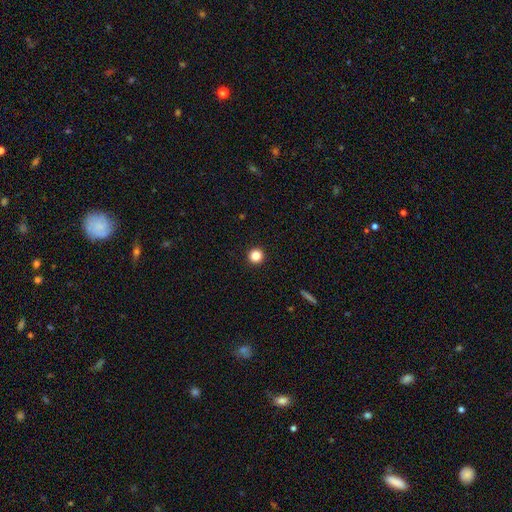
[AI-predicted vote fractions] A smooth galaxy with no disk features (85%) that is round (96%).

Vote fractions:
- Smooth or featured? smooth: 85% / star or artifact: 11% / featured or disk: 4%
- How rounded? round: 96% / in between: 3% / cigar-shaped: 1%
- Merging? none: 94% / minor disturbance: 3% / major disturbance: 1% / merger: 1%